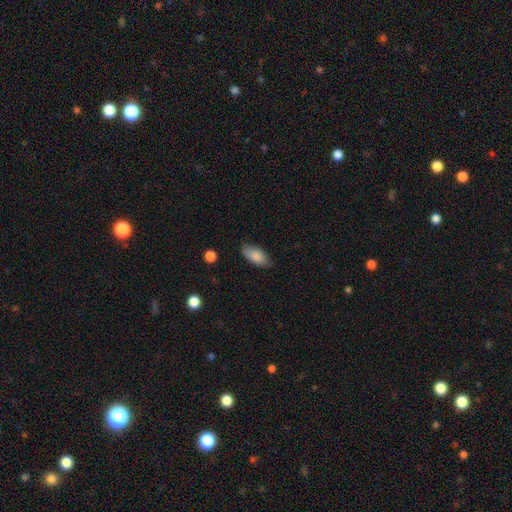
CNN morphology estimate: smooth-or-featured: smooth: 85% | featured or disk: 8% | star or artifact: 7%
  how-rounded: in between: 90% | cigar-shaped: 8% | round: 2%
  merging: none: 79% | minor disturbance: 17% | major disturbance: 3% | merger: 1%